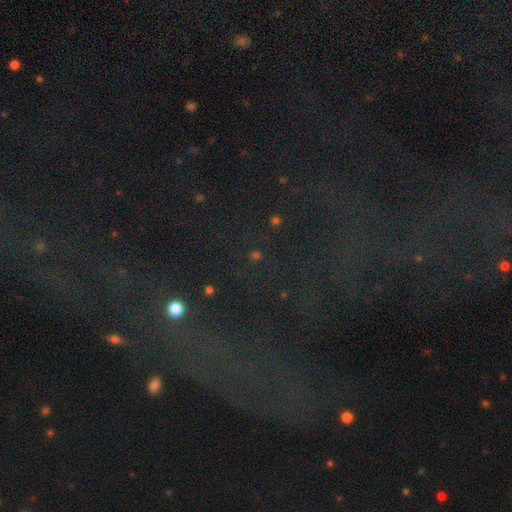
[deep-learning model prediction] smooth-or-featured: star or artifact: 67% | smooth: 25% | featured or disk: 8%